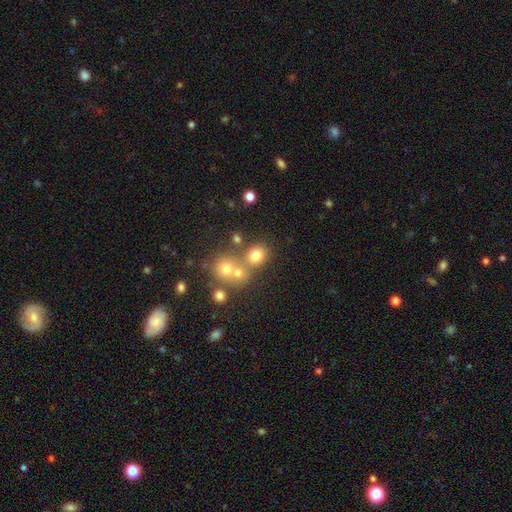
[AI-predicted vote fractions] smooth 73%, star or artifact 16%, featured or disk 11%. Down the decision tree: how rounded — round (72%); merging — none (58%).